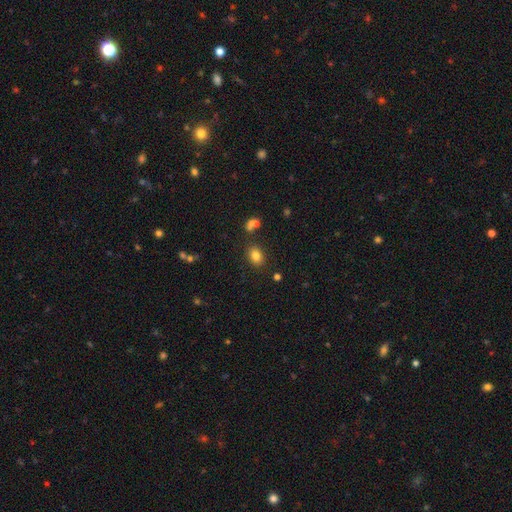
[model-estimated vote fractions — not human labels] This appears to be a smooth galaxy with no disk features (81%) that is in between round and cigar-shaped (62%). Merging: none (81%).